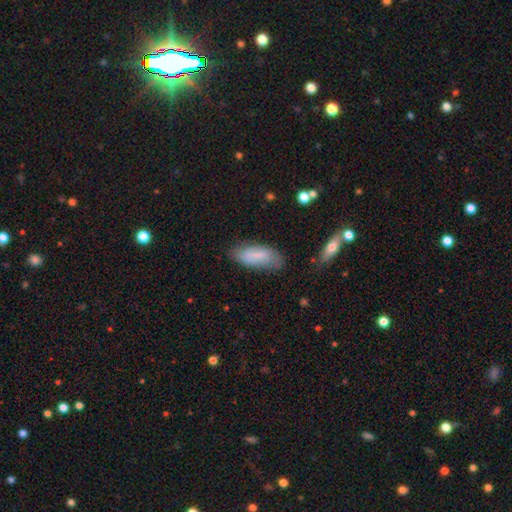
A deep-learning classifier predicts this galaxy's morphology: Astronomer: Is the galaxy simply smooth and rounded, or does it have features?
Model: smooth — 74%.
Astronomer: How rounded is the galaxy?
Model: in between — 78%.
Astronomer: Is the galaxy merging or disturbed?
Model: none — 68%.